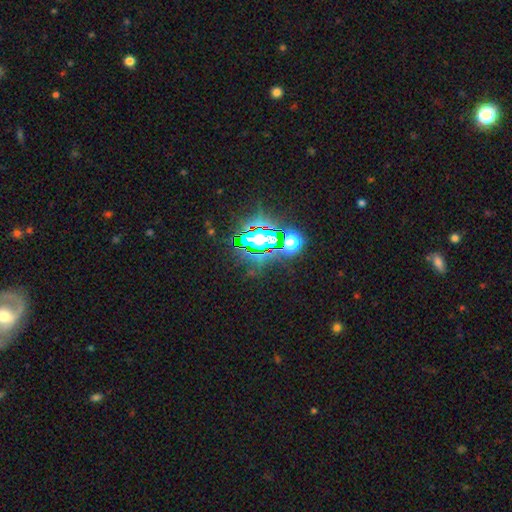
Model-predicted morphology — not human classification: type=star or artifact (82%).